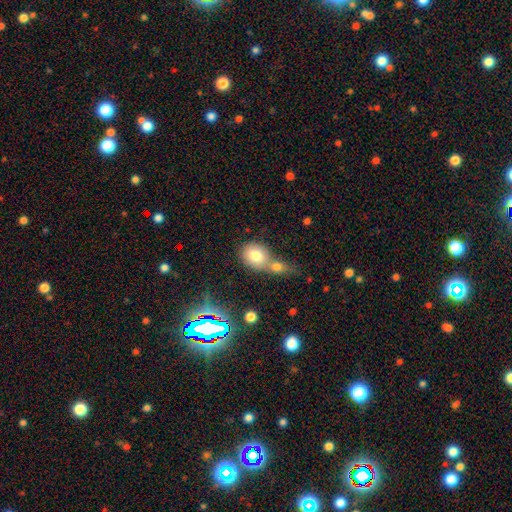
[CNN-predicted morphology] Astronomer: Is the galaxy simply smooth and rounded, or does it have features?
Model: smooth — 77%.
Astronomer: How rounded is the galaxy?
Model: round — 61% (runner-up: in between, 37%).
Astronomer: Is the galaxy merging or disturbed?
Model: merger — 52% (runner-up: none, 35%).